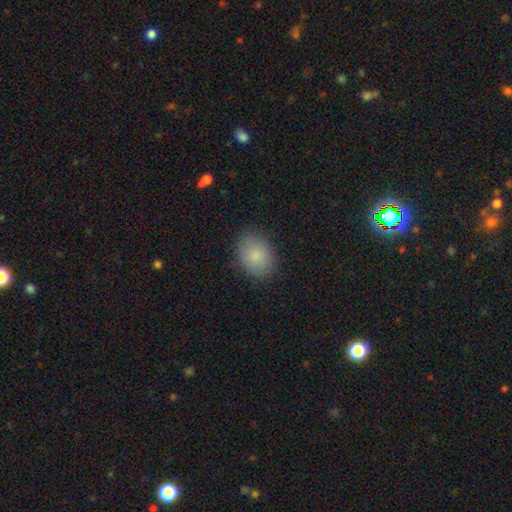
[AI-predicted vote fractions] A smooth galaxy with no disk features (86%) that is in between round and cigar-shaped (64%).

Vote fractions:
- Smooth or featured? smooth: 86% / star or artifact: 7% / featured or disk: 7%
- How rounded? in between: 64% / round: 35% / cigar-shaped: 1%
- Merging? none: 85% / minor disturbance: 11% / major disturbance: 3% / merger: 1%